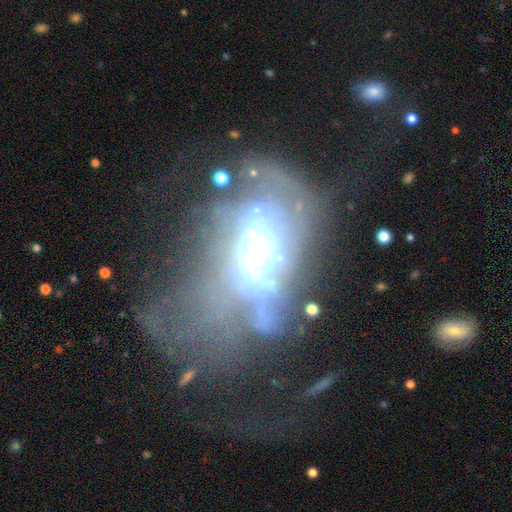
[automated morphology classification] Smooth or featured? Predicted: featured or disk (p=0.64). Edge-on disk? Predicted: no (p=0.89). Bar? Predicted: no (p=0.73). Spiral arms? Predicted: no (p=0.76). Bulge size? Predicted: large (p=0.31). Merging? Predicted: major disturbance (p=0.49).